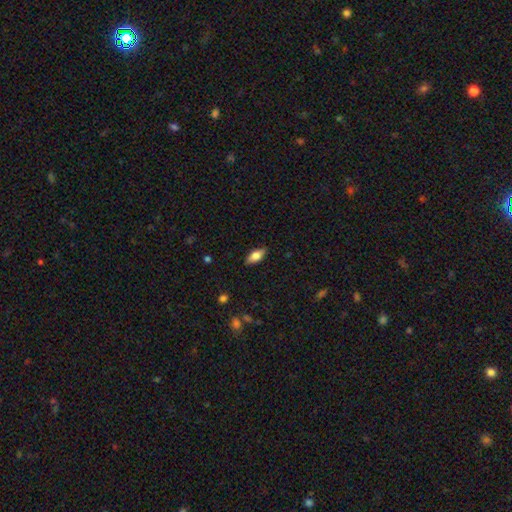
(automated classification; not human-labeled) Smooth or featured?
  - smooth: 68% *
  - featured or disk: 25%
  - star or artifact: 7%
How rounded?
  - in between: 82% *
  - cigar-shaped: 15%
  - round: 3%
Merging?
  - none: 87% *
  - minor disturbance: 10%
  - major disturbance: 2%
  - merger: 1%